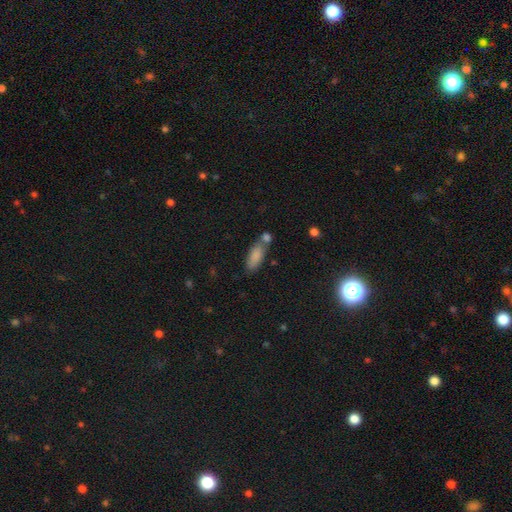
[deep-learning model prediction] A smooth galaxy with no disk features (84%) that is in between round and cigar-shaped (75%).

Vote fractions:
- Smooth or featured? smooth: 84% / featured or disk: 9% / star or artifact: 7%
- How rounded? in between: 75% / cigar-shaped: 22% / round: 2%
- Merging? none: 51% / merger: 29% / minor disturbance: 15% / major disturbance: 5%